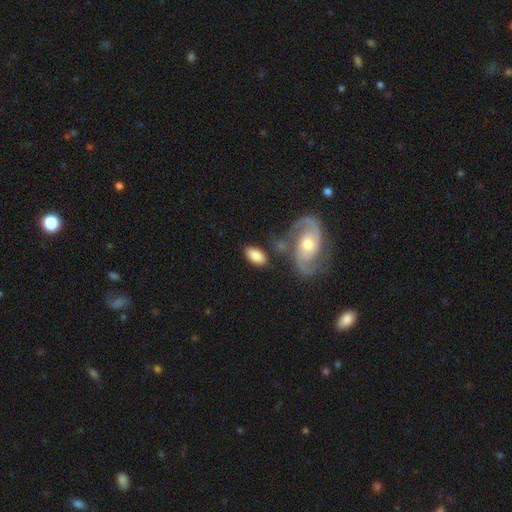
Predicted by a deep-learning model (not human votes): Smooth or featured? Predicted: smooth (p=0.71). How rounded? Predicted: in between (p=0.94). Merging? Predicted: none (p=0.69).